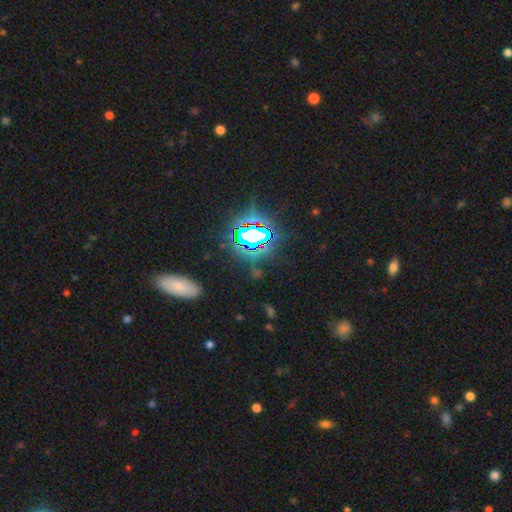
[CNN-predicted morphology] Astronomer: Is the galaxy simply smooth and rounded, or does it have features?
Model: star or artifact — 74%.